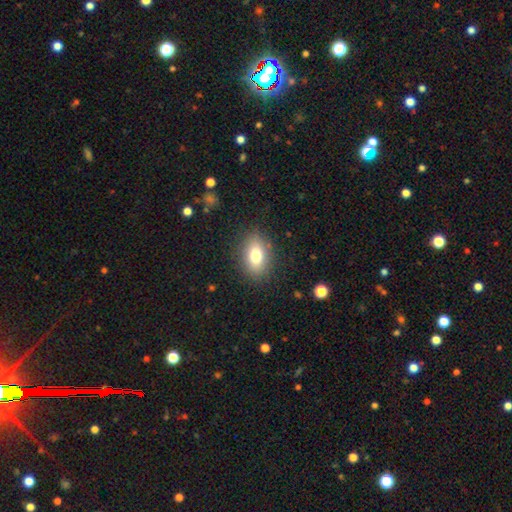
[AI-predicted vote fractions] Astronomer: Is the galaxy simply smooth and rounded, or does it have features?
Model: smooth — 78%.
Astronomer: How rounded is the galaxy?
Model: in between — 84%.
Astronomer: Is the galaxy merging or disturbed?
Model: none — 86%.